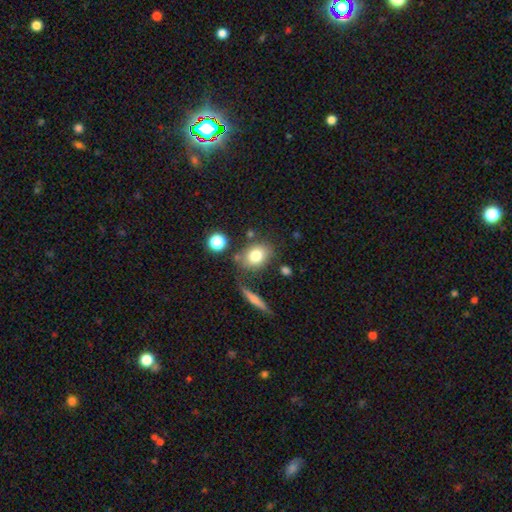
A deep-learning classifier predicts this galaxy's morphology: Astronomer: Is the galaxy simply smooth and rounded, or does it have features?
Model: smooth — 77%.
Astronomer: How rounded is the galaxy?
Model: in between — 56% (runner-up: round, 42%).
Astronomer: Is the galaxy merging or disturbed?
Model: none — 70%.